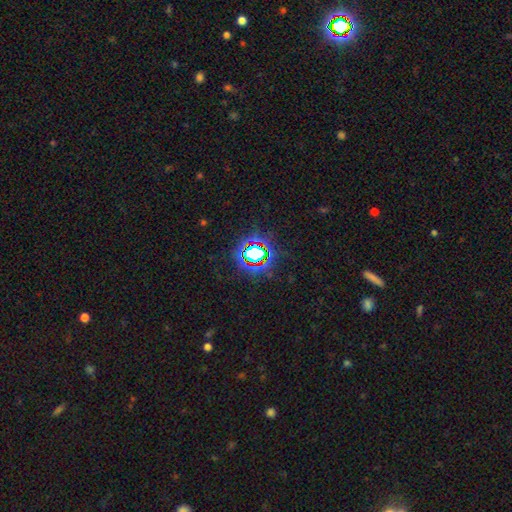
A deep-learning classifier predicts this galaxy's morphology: This is likely a star or artifact rather than a galaxy (72%).